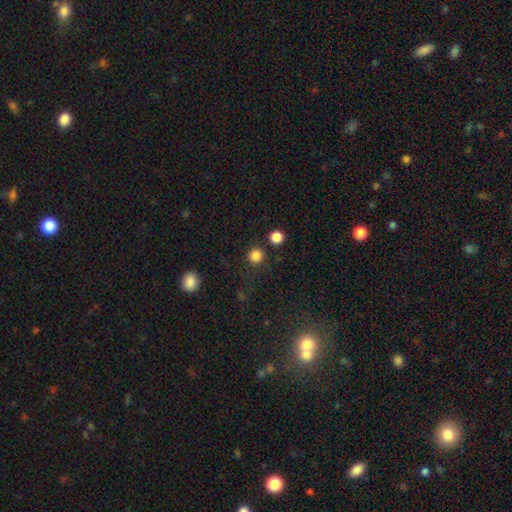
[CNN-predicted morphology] Smooth or featured? smooth (84%)
How rounded? round (93%)
Merging? none (85%)